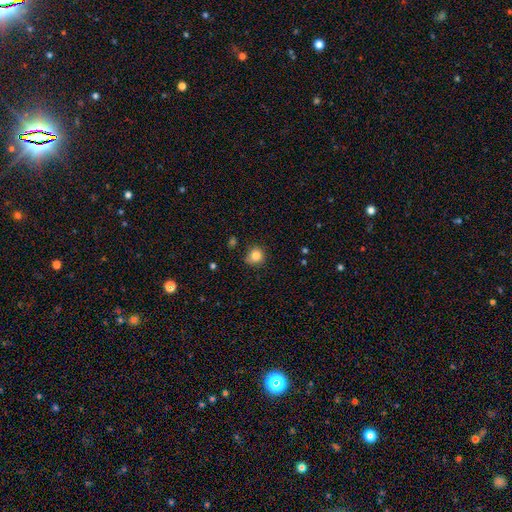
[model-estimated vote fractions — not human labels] smooth_or_featured: smooth (p=0.84) [alt: star or artifact p=0.11]
how_rounded: round (p=0.85) [alt: in between p=0.14]
merging: none (p=0.73) [alt: minor disturbance p=0.21]